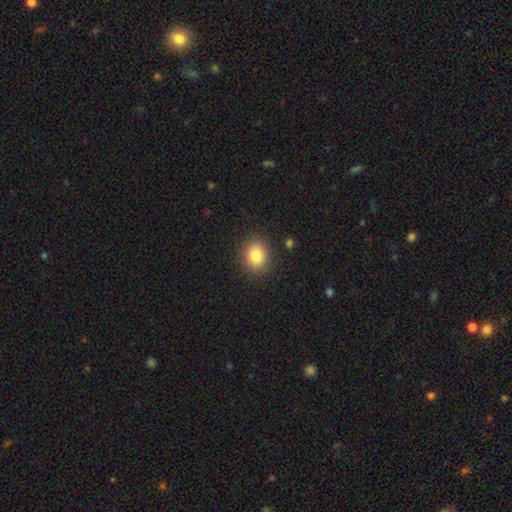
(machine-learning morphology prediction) This is clearly a smooth galaxy (83%). How rounded: possibly round (54%). Merging: clearly none (88%).